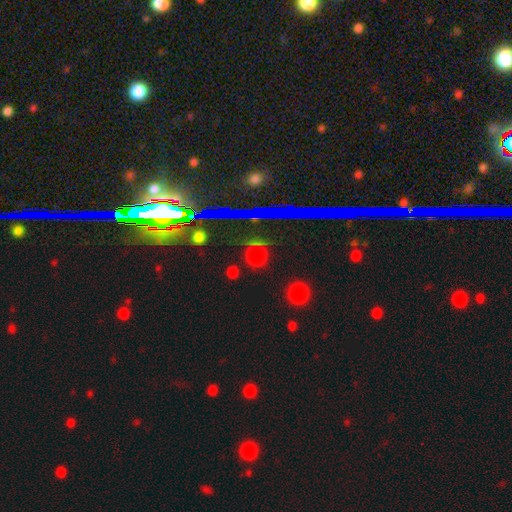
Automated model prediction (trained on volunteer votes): A smooth galaxy with no disk features (52%) that is round (69%). Merging: none (76%).